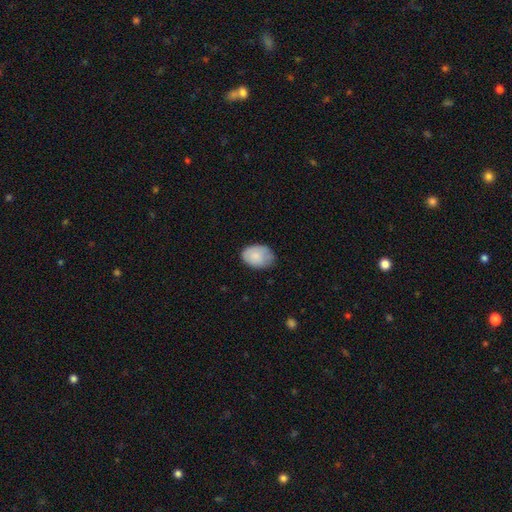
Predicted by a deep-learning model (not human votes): smooth_or_featured: smooth (p=0.83) [alt: featured or disk p=0.11]
how_rounded: in between (p=0.78) [alt: round p=0.21]
merging: none (p=0.67) [alt: minor disturbance p=0.27]